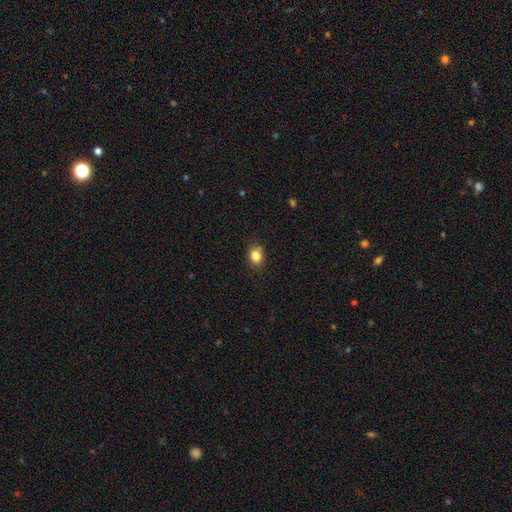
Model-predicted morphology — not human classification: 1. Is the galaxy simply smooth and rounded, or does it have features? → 83% smooth, 11% star or artifact, 6% featured or disk.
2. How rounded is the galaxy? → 56% in between, 42% round, 1% cigar-shaped.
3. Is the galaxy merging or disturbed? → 78% none, 15% minor disturbance, 3% major disturbance, 3% merger.